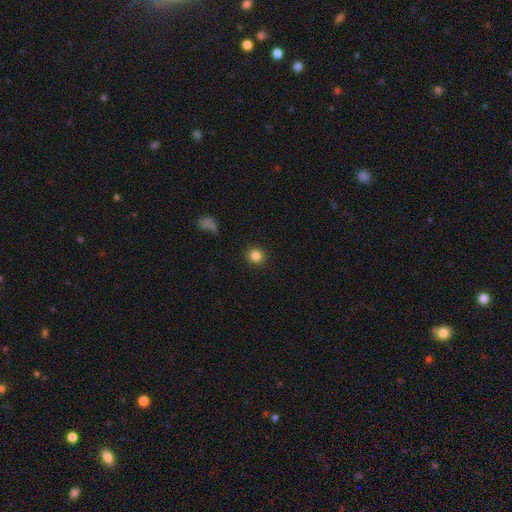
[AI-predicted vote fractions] A smooth galaxy with no disk features (84%) that is round (92%).

Vote fractions:
- Smooth or featured? smooth: 84% / star or artifact: 11% / featured or disk: 5%
- How rounded? round: 92% / in between: 7% / cigar-shaped: 1%
- Merging? none: 90% / minor disturbance: 6% / major disturbance: 2% / merger: 1%